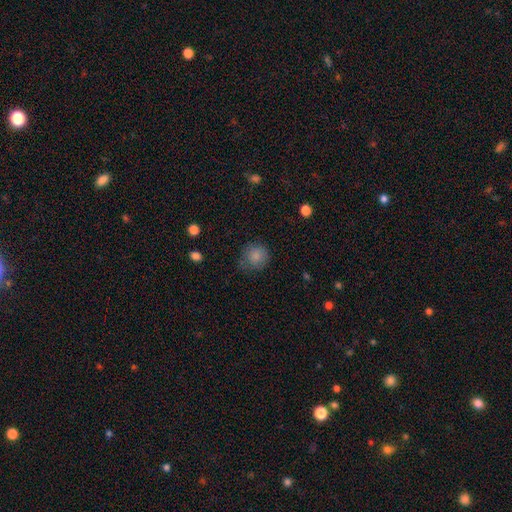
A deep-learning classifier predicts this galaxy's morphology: Overall: smooth (85%). How rounded: round (86%). Merging: none (71%).